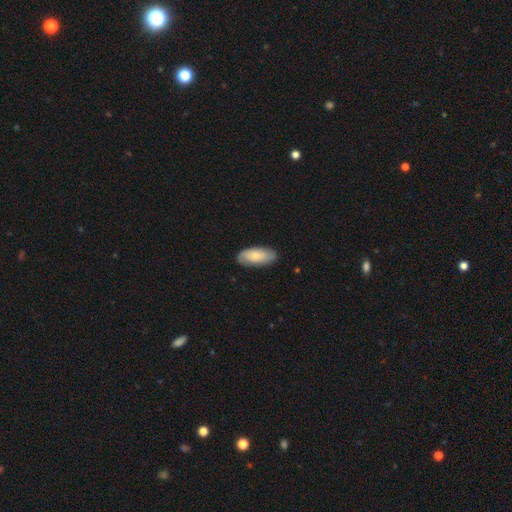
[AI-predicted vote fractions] smooth 62%, featured or disk 32%, star or artifact 6%. Down the decision tree: how rounded — in between (87%); merging — none (81%).